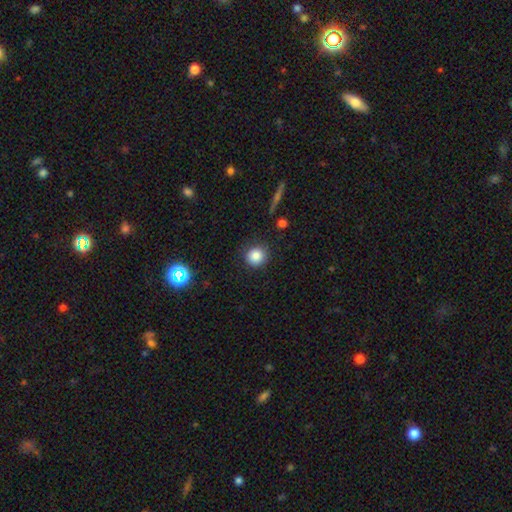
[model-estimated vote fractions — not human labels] The model was most divided on "smooth or featured": smooth: 83%, star or artifact: 11%, featured or disk: 6%. More confident: how rounded — round (91%); merging — none (86%).